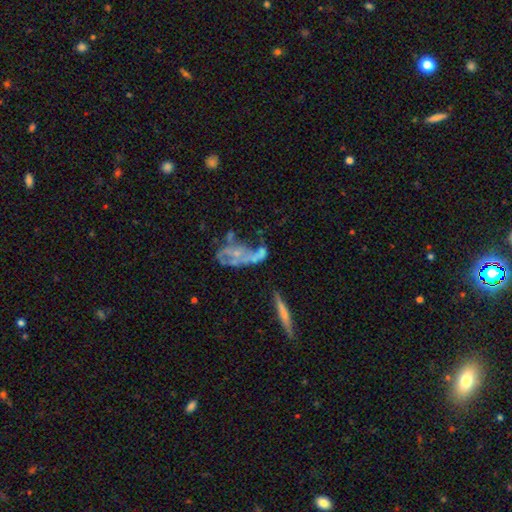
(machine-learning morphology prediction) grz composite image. It shows a featured or disk galaxy (61%) with no bar (84%), no spiral arms (78%) and no central bulge (46%). Merging: major disturbance (37%).